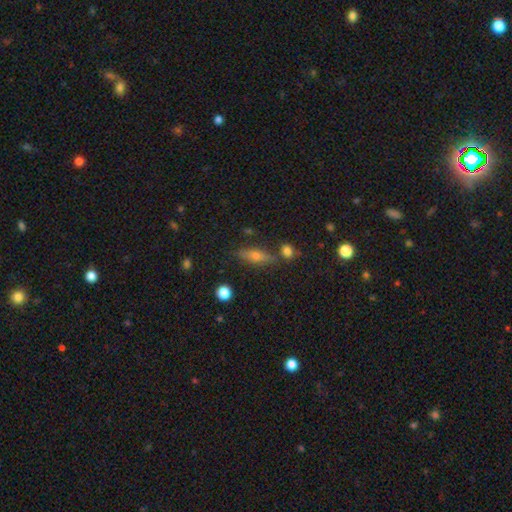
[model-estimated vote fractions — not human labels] Morphology: type=featured or disk (46%); merging=none (77%).